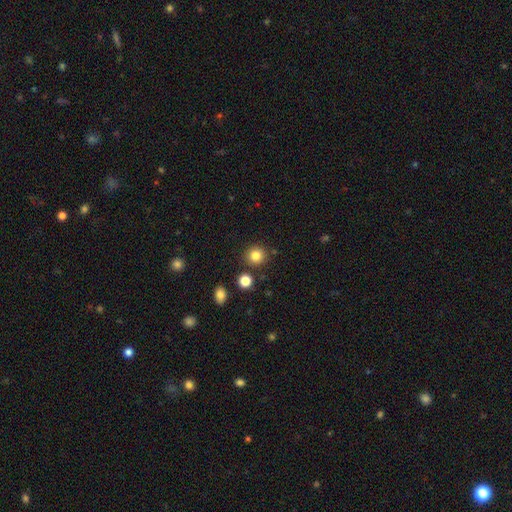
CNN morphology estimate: smooth_or_featured: smooth (p=0.83) [alt: star or artifact p=0.11]
how_rounded: round (p=0.90) [alt: in between p=0.09]
merging: none (p=0.86) [alt: minor disturbance p=0.07]